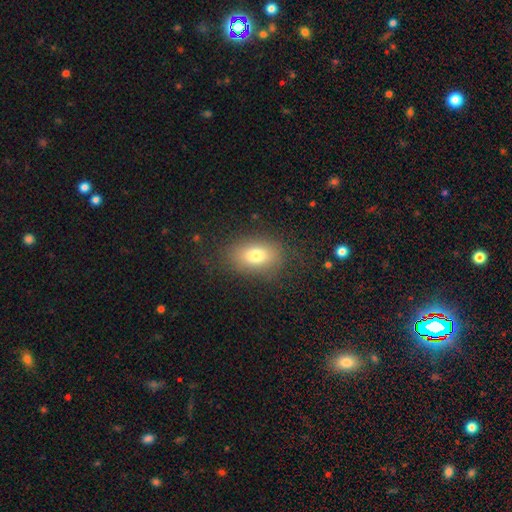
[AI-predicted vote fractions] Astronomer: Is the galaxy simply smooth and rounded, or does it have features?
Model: smooth — 77%.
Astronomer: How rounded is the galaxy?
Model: in between — 82%.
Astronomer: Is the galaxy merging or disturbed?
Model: none — 79%.